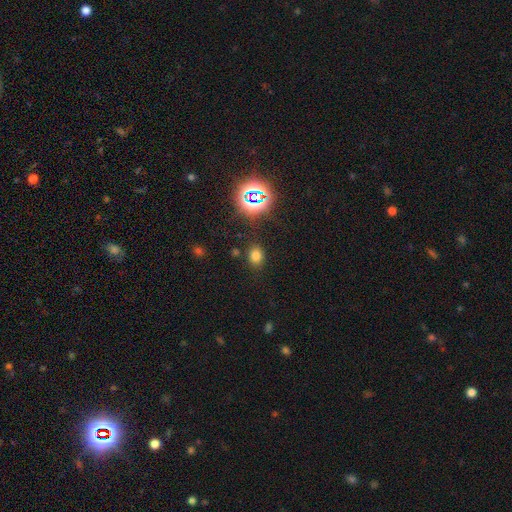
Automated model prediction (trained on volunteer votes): Q: Smooth or featured?
A: smooth (70%); runner-up: star or artifact (23%)
Q: How rounded?
A: in between (52%); runner-up: round (47%)
Q: Merging?
A: none (83%); runner-up: minor disturbance (10%)